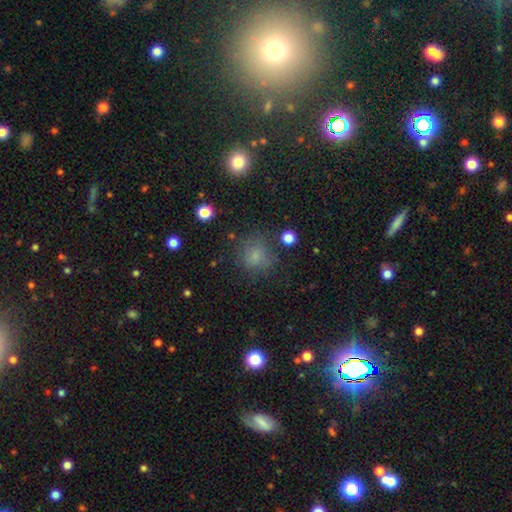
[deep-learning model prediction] The model was most divided on "smooth or featured": smooth: 72%, star or artifact: 18%, featured or disk: 9%. More confident: how rounded — round (83%); merging — none (71%).